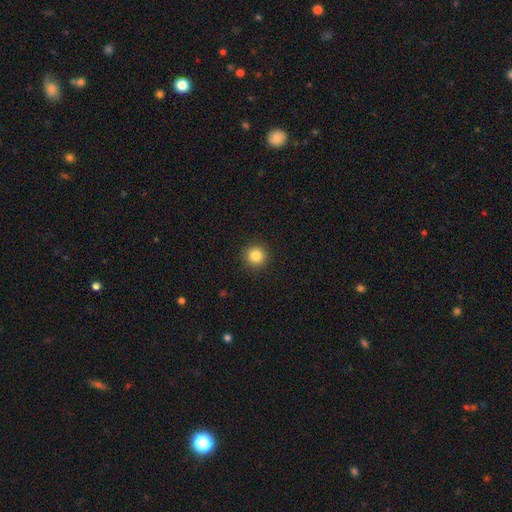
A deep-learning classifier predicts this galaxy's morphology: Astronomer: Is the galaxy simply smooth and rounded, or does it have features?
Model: smooth — 84%.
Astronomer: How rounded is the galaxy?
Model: round — 95%.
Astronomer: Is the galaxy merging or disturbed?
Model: none — 92%.